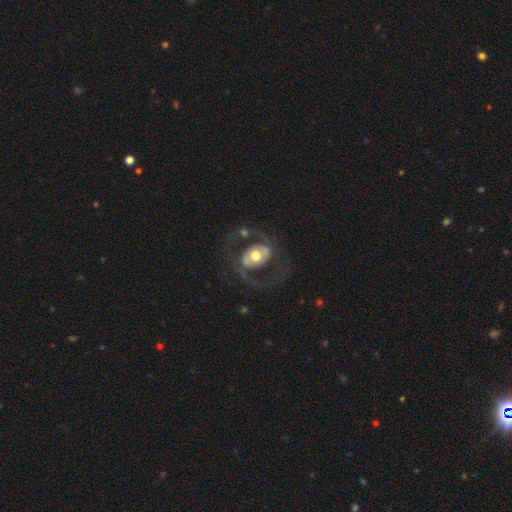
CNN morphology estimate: The model was most divided on "bar": no: 54%, weak: 29%, strong: 17%. More confident: edge-on disk — no (96%); smooth or featured — featured or disk (73%); bulge size — moderate (70%); spiral arms — yes (67%); merging — none (62%).